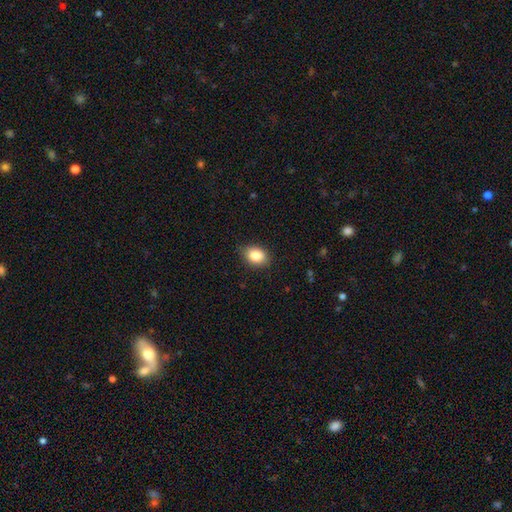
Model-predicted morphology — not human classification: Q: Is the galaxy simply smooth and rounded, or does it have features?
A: smooth — 84%.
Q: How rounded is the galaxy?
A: in between — 66%.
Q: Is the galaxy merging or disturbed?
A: none — 85%.